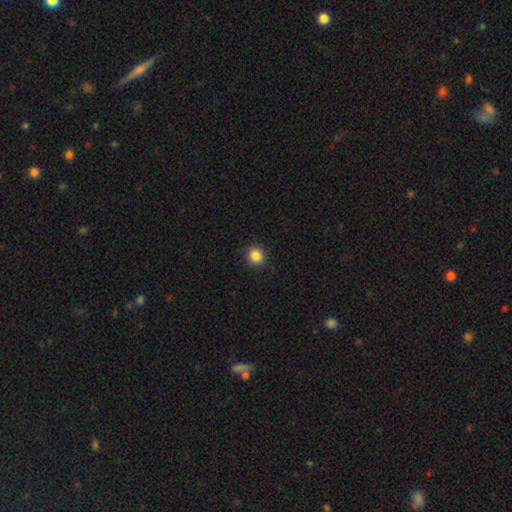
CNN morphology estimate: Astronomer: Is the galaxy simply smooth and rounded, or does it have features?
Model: smooth — 85%.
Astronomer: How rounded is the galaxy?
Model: round — 90%.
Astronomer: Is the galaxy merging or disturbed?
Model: none — 91%.